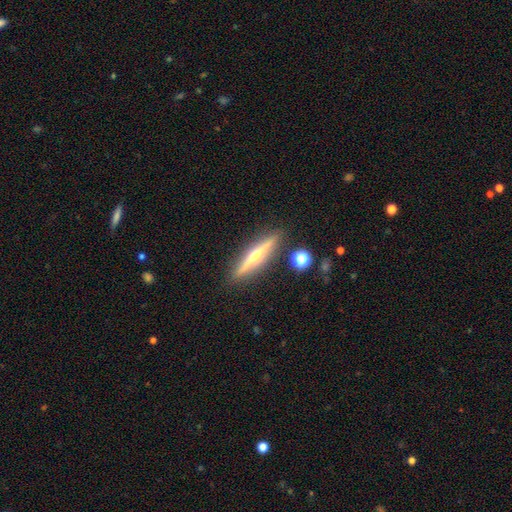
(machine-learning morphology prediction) Smooth or featured?
  - featured or disk: 77% *
  - smooth: 18%
  - star or artifact: 6%
Edge-on disk?
  - yes: 97% *
  - no: 3%
Edge-on bulge?
  - rounded: 94% *
  - none: 4%
  - boxy: 2%
Merging?
  - none: 90% *
  - minor disturbance: 7%
  - merger: 2%
  - major disturbance: 2%